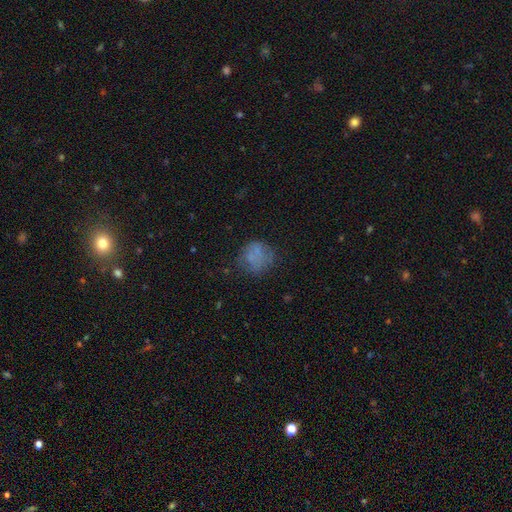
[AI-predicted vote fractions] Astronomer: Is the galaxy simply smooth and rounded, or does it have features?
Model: smooth — 61%.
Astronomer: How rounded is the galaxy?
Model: round — 81%.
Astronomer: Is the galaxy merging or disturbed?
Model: none — 58%.